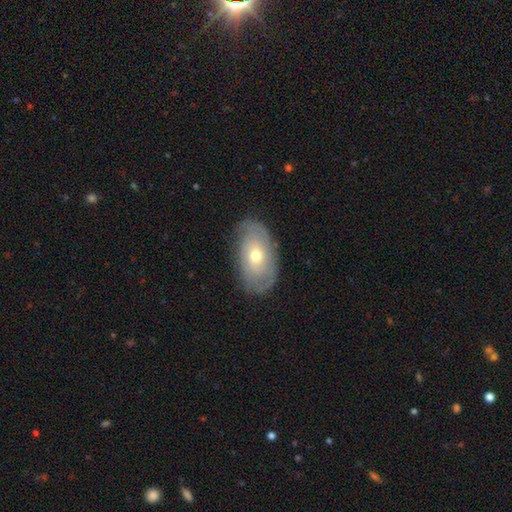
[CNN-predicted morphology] smooth-or-featured: featured or disk: 58% | smooth: 35% | star or artifact: 7%
  disk-edge-on: no: 90% | yes: 10%
    bar: no: 82% | weak: 15% | strong: 3%
    has-spiral-arms: yes: 65% | no: 35%
    bulge-size: moderate: 57% | small: 39% | large: 3% | dominant: 1% | none: 1%
  merging: none: 77% | minor disturbance: 17% | major disturbance: 5% | merger: 1%